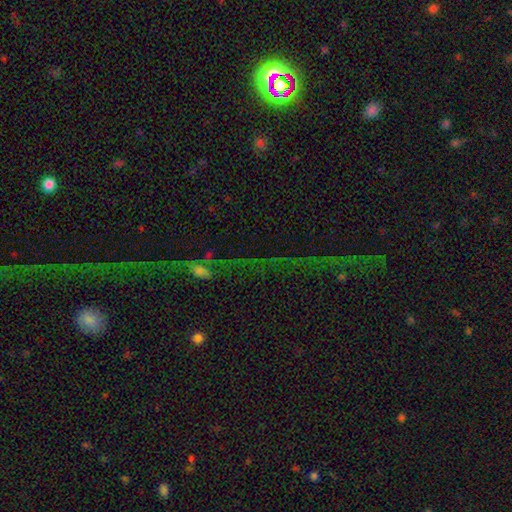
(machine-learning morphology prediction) A star or artifact, not a galaxy (61%).

Vote fractions:
- Smooth or featured? star or artifact: 61% / featured or disk: 20% / smooth: 19%